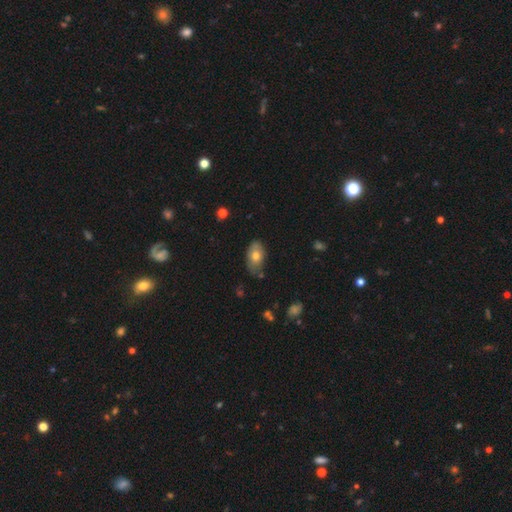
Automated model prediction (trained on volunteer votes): Morphology: type=smooth (70%); roundness=in between (90%); merging=none (67%).